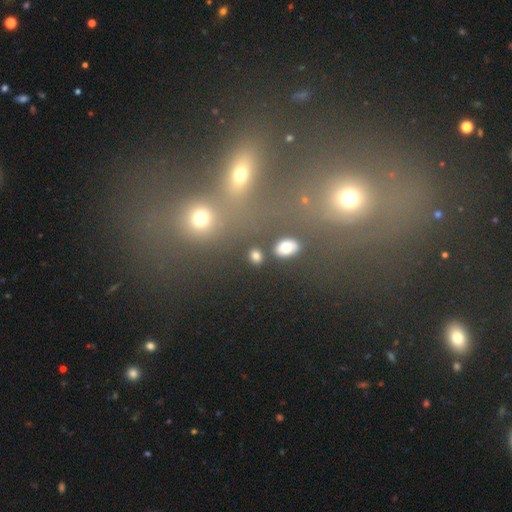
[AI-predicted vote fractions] smooth 77%, star or artifact 16%, featured or disk 7%. Down the decision tree: how rounded — in between (51%); merging — none (81%).